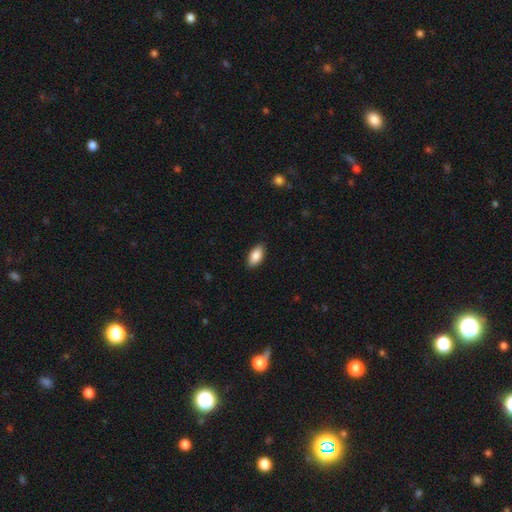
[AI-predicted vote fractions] Q: Smooth or featured?
A: smooth (87%); runner-up: featured or disk (7%)
Q: How rounded?
A: in between (92%); runner-up: cigar-shaped (6%)
Q: Merging?
A: none (89%); runner-up: minor disturbance (9%)